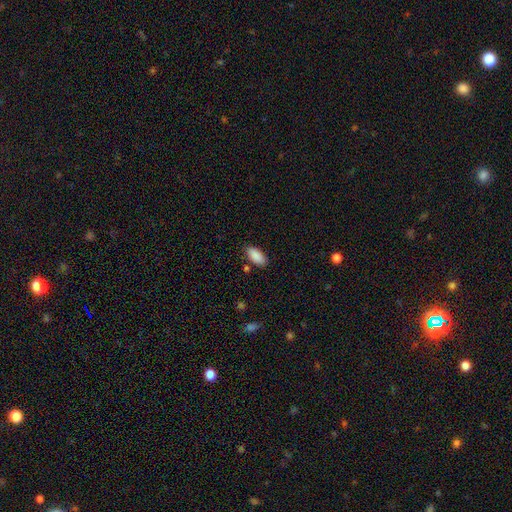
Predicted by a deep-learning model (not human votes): Smooth or featured? Predicted: smooth (p=0.90). How rounded? Predicted: in between (p=0.91). Merging? Predicted: none (p=0.83).